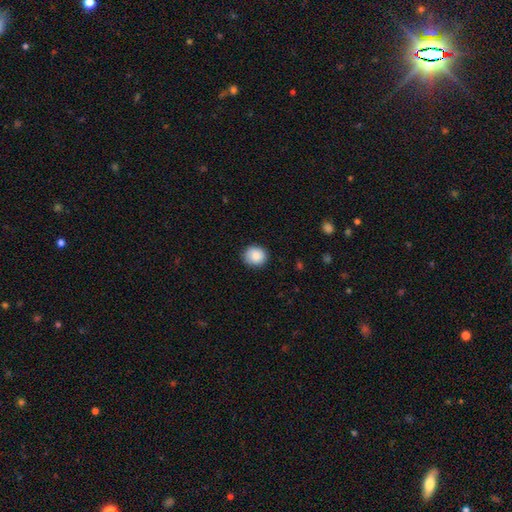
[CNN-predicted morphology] A smooth galaxy with no disk features (87%) that is round (83%).

Vote fractions:
- Smooth or featured? smooth: 87% / star or artifact: 8% / featured or disk: 6%
- How rounded? round: 83% / in between: 16% / cigar-shaped: 1%
- Merging? none: 86% / minor disturbance: 10% / major disturbance: 2% / merger: 1%